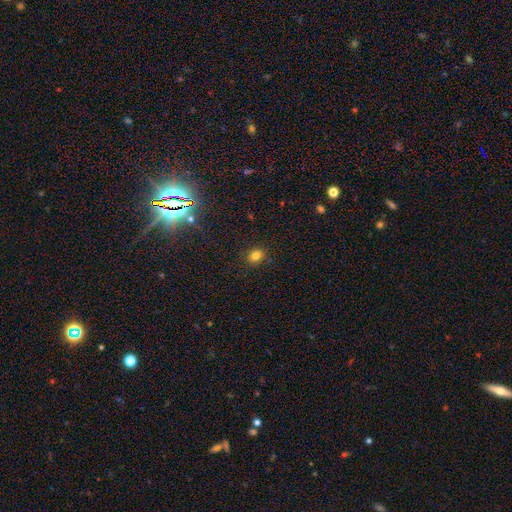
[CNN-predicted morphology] smooth 80%, star or artifact 14%, featured or disk 6%. Down the decision tree: how rounded — round (54%); merging — none (87%).